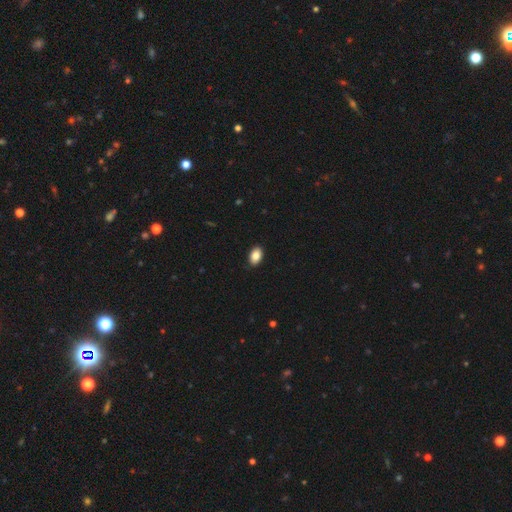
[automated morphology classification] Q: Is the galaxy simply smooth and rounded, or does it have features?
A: smooth — 87%.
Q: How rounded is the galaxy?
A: in between — 89%.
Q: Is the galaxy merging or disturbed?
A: none — 89%.